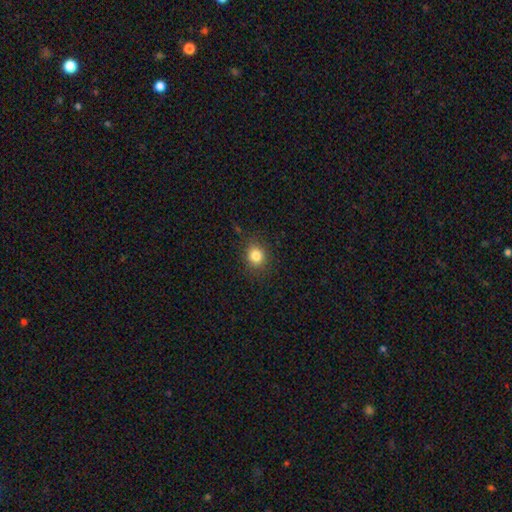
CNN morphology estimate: Smooth or featured? smooth (83%)
How rounded? round (74%)
Merging? none (85%)